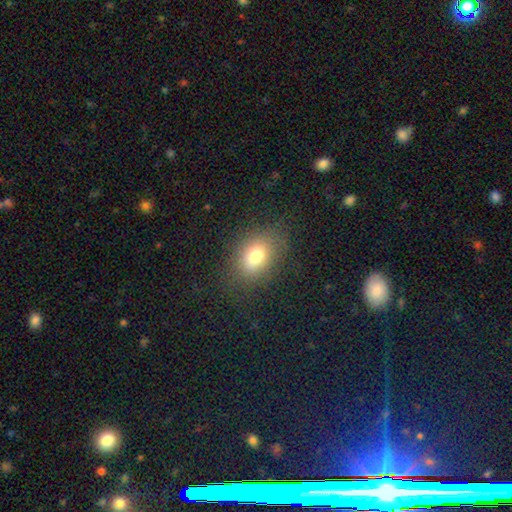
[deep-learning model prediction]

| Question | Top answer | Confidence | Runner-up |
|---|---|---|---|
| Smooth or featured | smooth | 75% | star or artifact (13%) |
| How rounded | in between | 69% | round (30%) |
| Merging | none | 79% | minor disturbance (13%) |